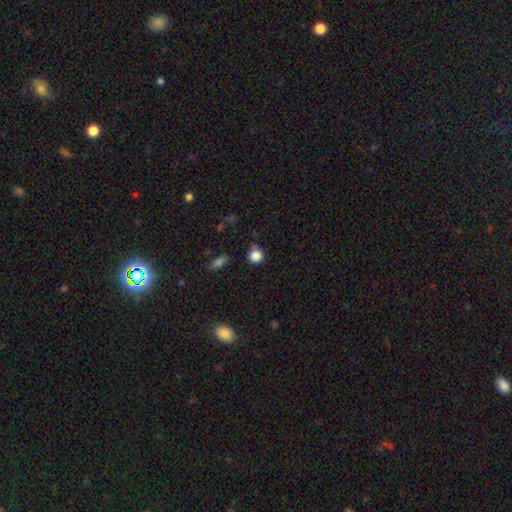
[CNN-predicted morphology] Smooth or featured?
  - smooth: 84% *
  - star or artifact: 12%
  - featured or disk: 4%
How rounded?
  - round: 89% *
  - in between: 10%
  - cigar-shaped: 1%
Merging?
  - none: 73% *
  - minor disturbance: 16%
  - merger: 6%
  - major disturbance: 4%